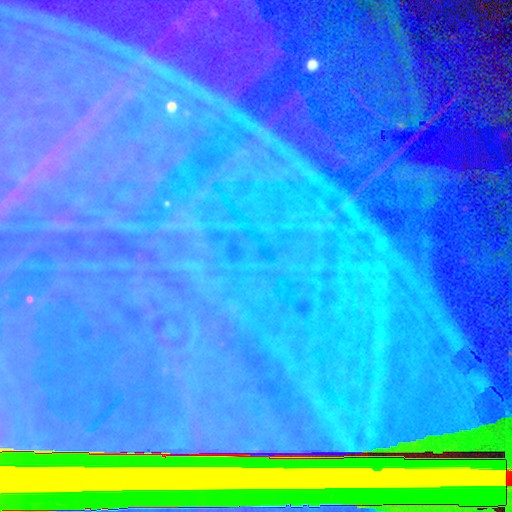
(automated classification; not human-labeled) star or artifact 87%, featured or disk 7%, smooth 6%.